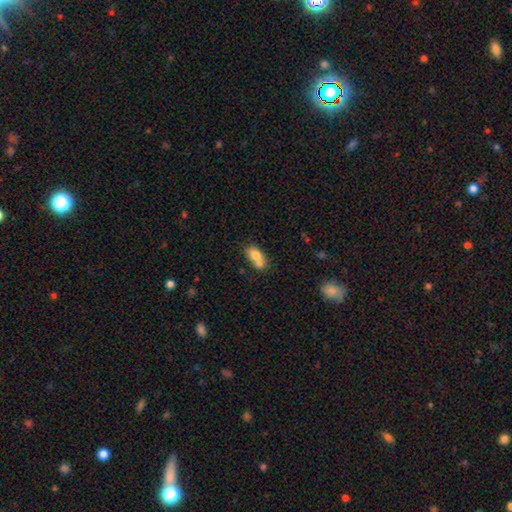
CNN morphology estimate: This is likely a smooth galaxy (74%). How rounded: likely in between (77%). Merging: possibly merger (57%).